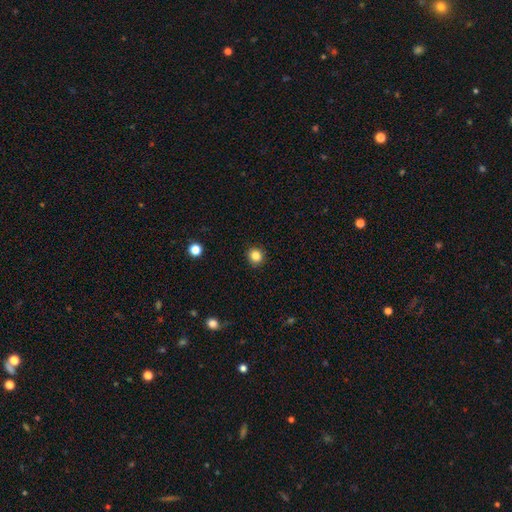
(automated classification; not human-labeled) smooth_or_featured: smooth (p=0.84) [alt: star or artifact p=0.11]
how_rounded: round (p=0.87) [alt: in between p=0.12]
merging: none (p=0.91) [alt: minor disturbance p=0.06]